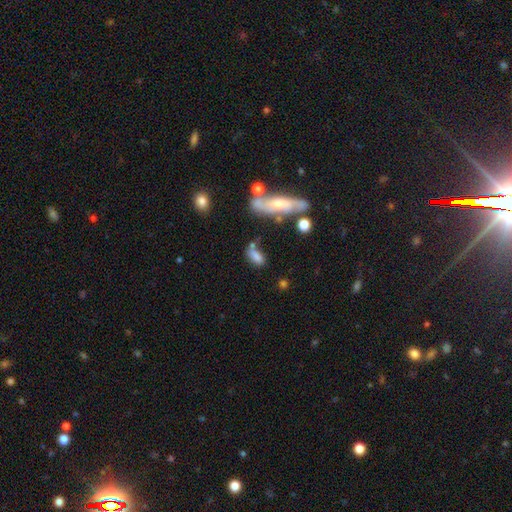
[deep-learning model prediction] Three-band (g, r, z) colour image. It shows a smooth galaxy with no disk features (72%) that is in between round and cigar-shaped (74%). Merging: none (47%).